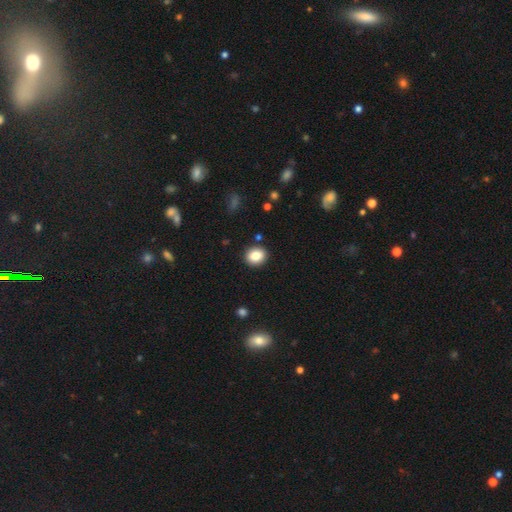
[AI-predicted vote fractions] This is clearly a smooth galaxy (83%). How rounded: likely round (71%). Merging: clearly none (90%).